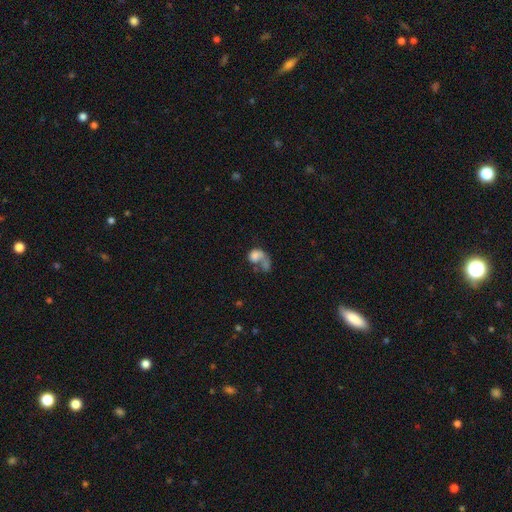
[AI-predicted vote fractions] This is likely a smooth galaxy (63%). How rounded: possibly in between (54%). Merging: marginally merger (41%).